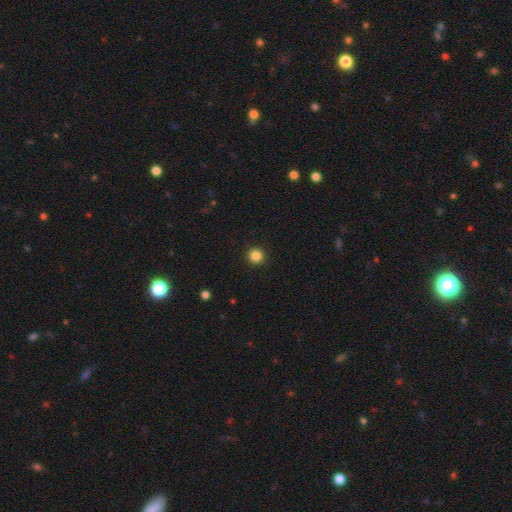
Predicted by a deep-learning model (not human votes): Morphology: type=smooth (85%); roundness=round (96%); merging=none (93%).